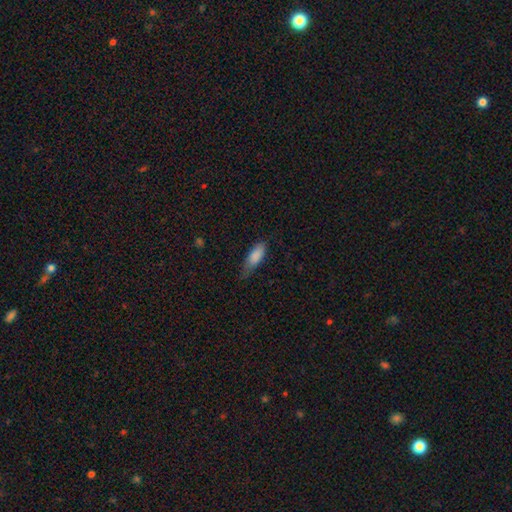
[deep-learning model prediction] Smooth or featured? smooth (86%)
How rounded? in between (72%)
Merging? none (51%)